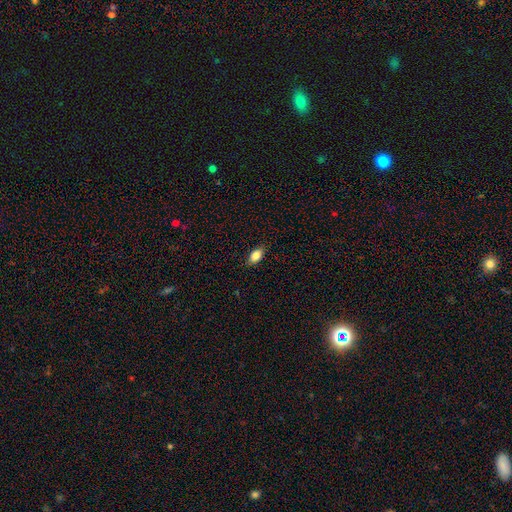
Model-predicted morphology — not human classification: Q: Smooth or featured?
A: smooth (84%); runner-up: star or artifact (8%)
Q: How rounded?
A: in between (87%); runner-up: round (8%)
Q: Merging?
A: none (84%); runner-up: minor disturbance (13%)